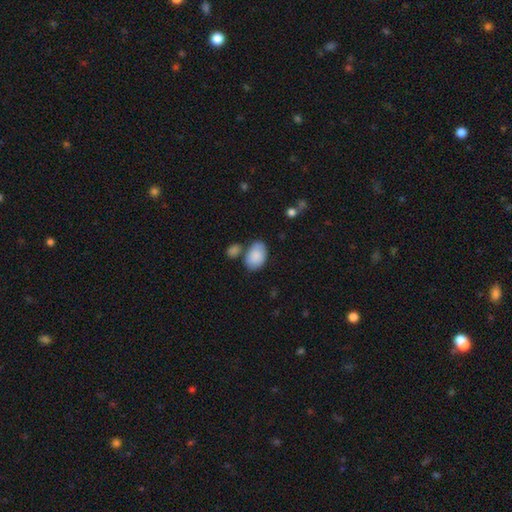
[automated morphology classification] Smooth or featured?
  - smooth: 86% *
  - featured or disk: 8%
  - star or artifact: 6%
How rounded?
  - in between: 89% *
  - round: 10%
  - cigar-shaped: 1%
Merging?
  - none: 62% *
  - minor disturbance: 17%
  - merger: 16%
  - major disturbance: 5%